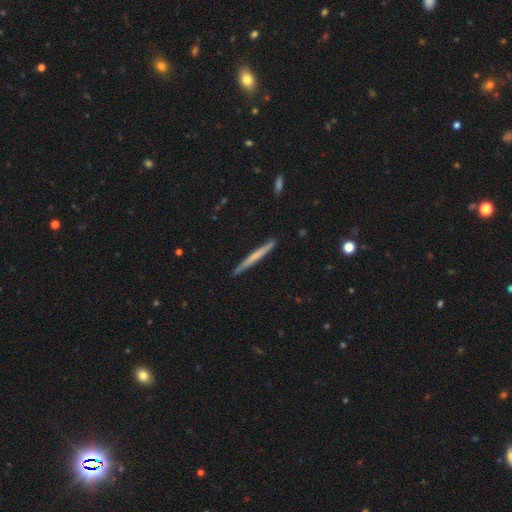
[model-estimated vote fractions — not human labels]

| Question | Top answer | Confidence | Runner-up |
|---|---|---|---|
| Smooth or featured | smooth | 52% | featured or disk (42%) |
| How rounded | cigar-shaped | 97% | in between (2%) |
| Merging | none | 90% | minor disturbance (8%) |